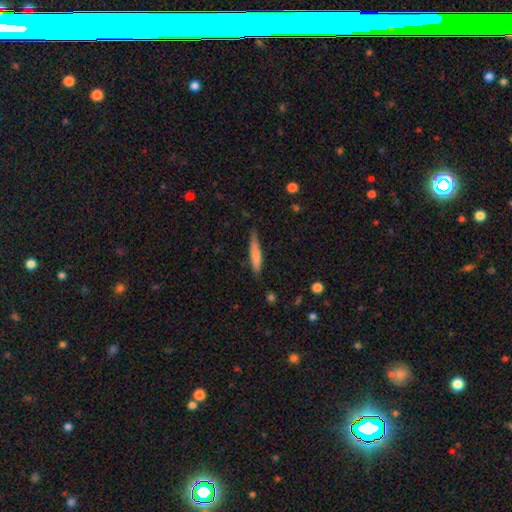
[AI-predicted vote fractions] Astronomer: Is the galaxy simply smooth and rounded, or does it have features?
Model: smooth — 75%.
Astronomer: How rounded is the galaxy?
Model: cigar-shaped — 91%.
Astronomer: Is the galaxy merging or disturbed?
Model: none — 76%.